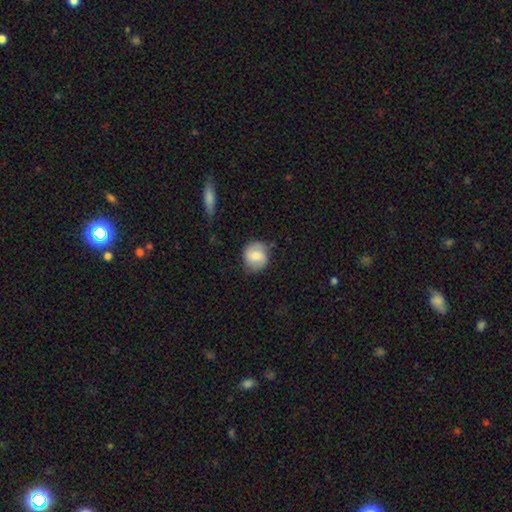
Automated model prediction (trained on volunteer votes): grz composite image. It shows a smooth galaxy with no disk features (65%) that is round (85%). Merging: none (73%).